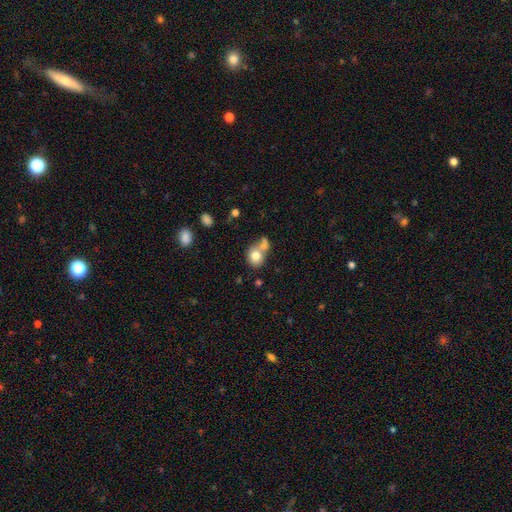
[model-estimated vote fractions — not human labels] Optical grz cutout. It shows a smooth galaxy with no disk features (76%) that is round (65%). Merging: merger (49%).